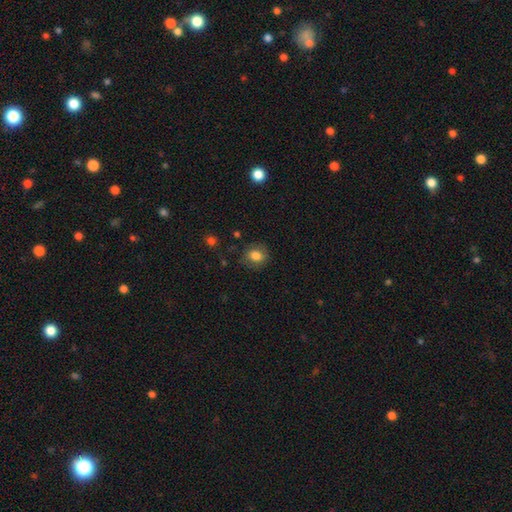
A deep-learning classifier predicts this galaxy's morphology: A smooth galaxy with no disk features (80%) that is round (62%). Merging: none (78%).